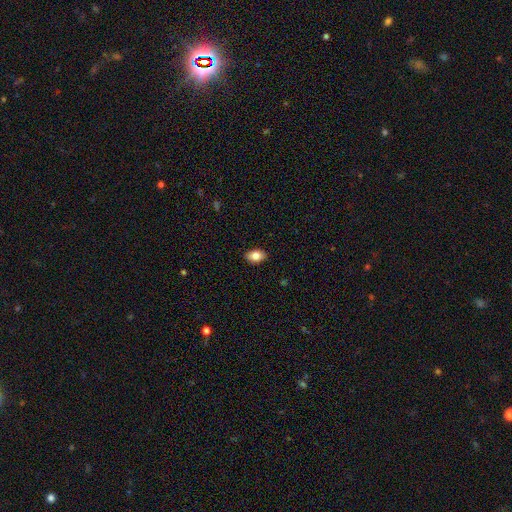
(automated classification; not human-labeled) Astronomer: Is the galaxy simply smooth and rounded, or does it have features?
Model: smooth — 83%.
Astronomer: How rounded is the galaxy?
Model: in between — 88%.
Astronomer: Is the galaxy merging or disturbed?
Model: none — 90%.